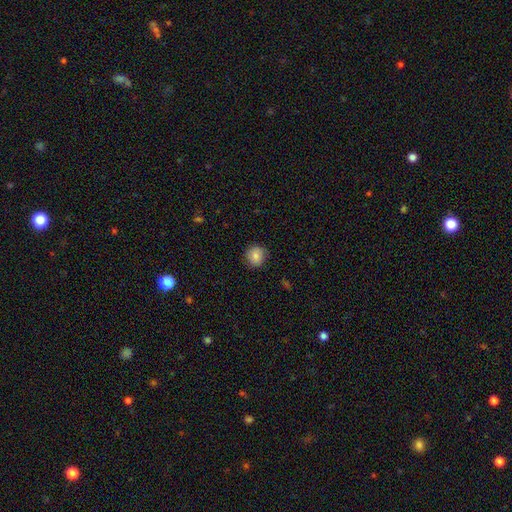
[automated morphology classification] smooth_or_featured: smooth (p=0.83) [alt: star or artifact p=0.09]
how_rounded: round (p=0.88) [alt: in between p=0.11]
merging: none (p=0.86) [alt: minor disturbance p=0.11]